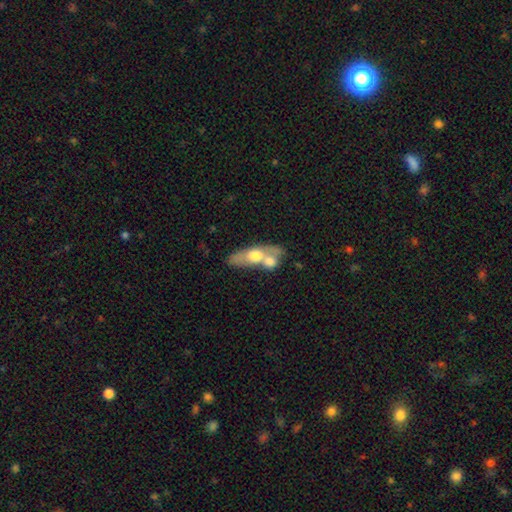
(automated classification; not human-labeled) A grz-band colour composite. It shows a smooth galaxy with no disk features (54%) that is in between round and cigar-shaped (57%). Merging: merger (64%).